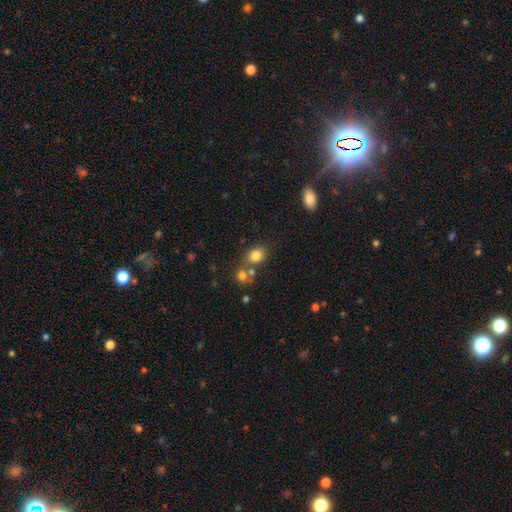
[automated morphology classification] Q: Smooth or featured?
A: smooth (80%); runner-up: star or artifact (12%)
Q: How rounded?
A: round (55%); runner-up: in between (44%)
Q: Merging?
A: none (59%); runner-up: merger (25%)